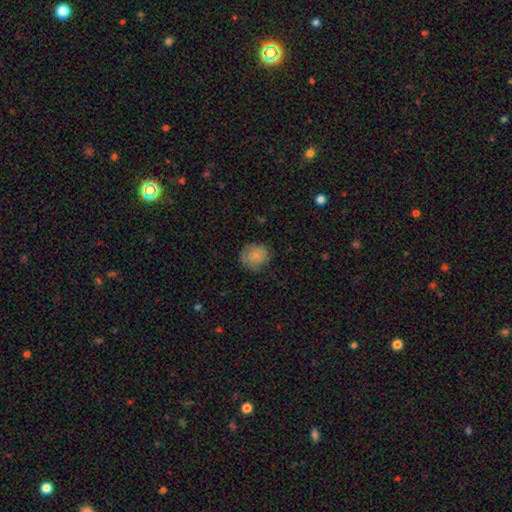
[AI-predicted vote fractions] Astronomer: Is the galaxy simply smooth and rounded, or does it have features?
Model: smooth — 78%.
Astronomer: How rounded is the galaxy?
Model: round — 78%.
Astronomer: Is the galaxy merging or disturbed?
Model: none — 72%.